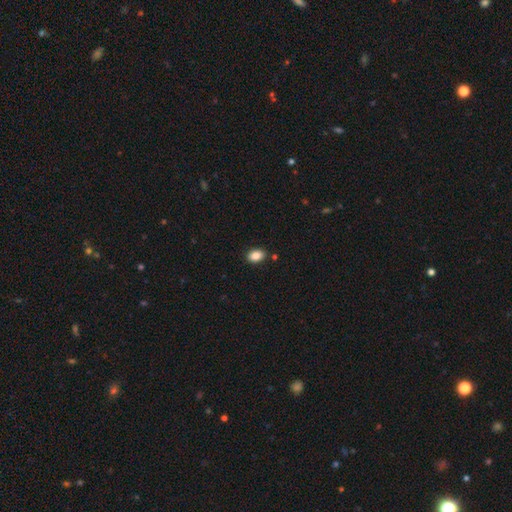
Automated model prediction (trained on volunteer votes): A smooth galaxy with no disk features (87%) that is in between round and cigar-shaped (84%). Merging: none (86%).